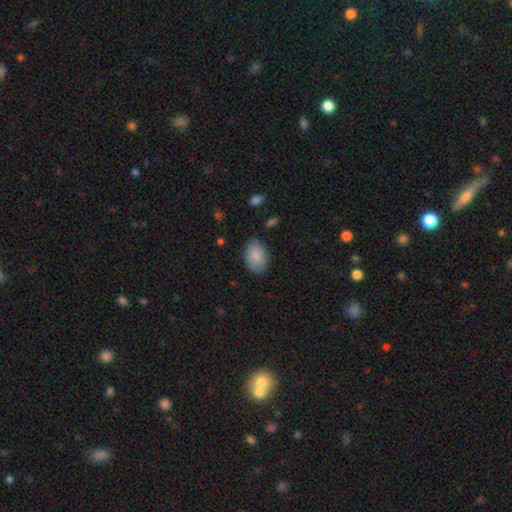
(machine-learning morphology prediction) Overall: smooth (87%). How rounded: in between (87%). Merging: none (83%).